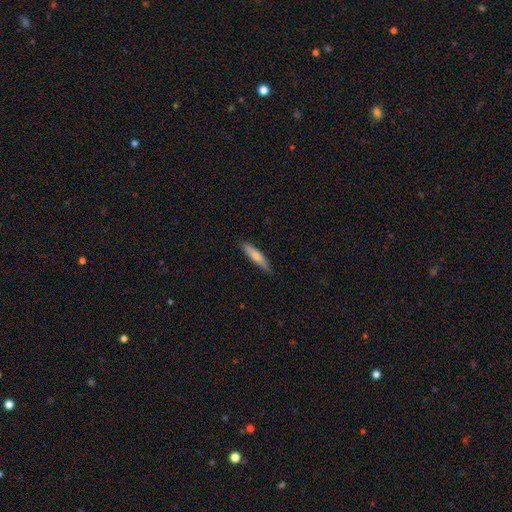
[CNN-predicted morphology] The model was most divided on "smooth or featured": smooth: 77%, featured or disk: 17%, star or artifact: 6%. More confident: merging — none (83%); how rounded — cigar-shaped (80%).